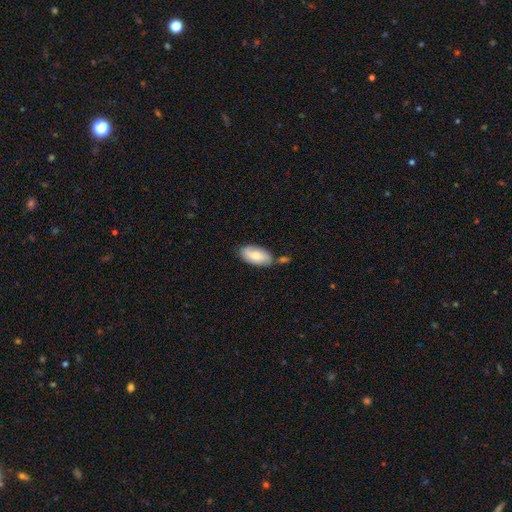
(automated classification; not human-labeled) Q: Smooth or featured?
A: smooth (71%); runner-up: featured or disk (23%)
Q: How rounded?
A: in between (92%); runner-up: cigar-shaped (5%)
Q: Merging?
A: none (67%); runner-up: minor disturbance (17%)